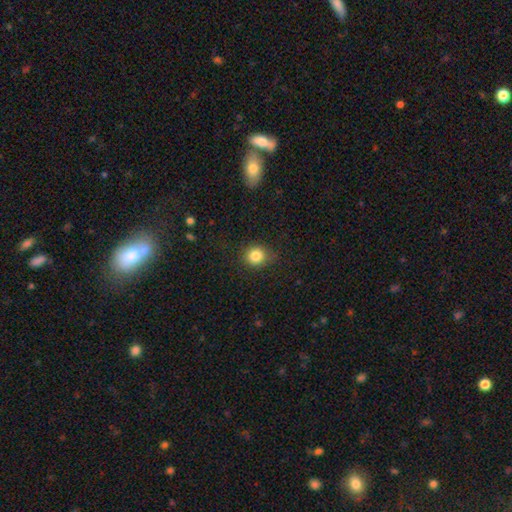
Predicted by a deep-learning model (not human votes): The model was most divided on "how rounded": round: 85%, in between: 14%, cigar-shaped: 1%. More confident: merging — none (84%); smooth or featured — smooth (84%).